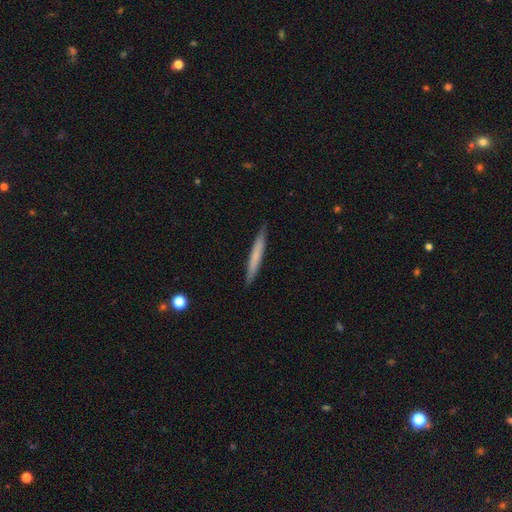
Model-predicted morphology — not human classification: Smooth or featured: smooth — 64% (featured or disk — 30%)
How rounded: cigar-shaped — 96% (in between — 3%)
Merging: none — 90% (minor disturbance — 8%)